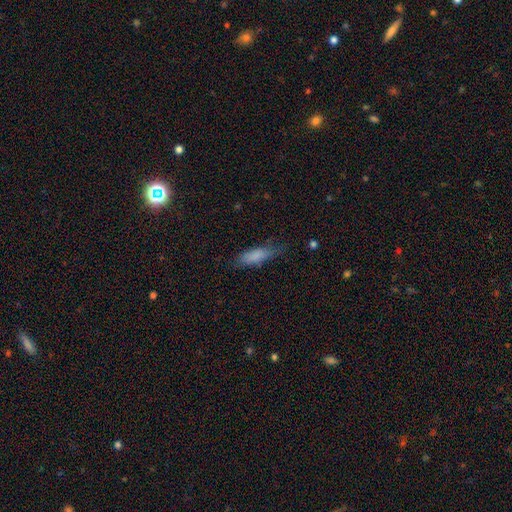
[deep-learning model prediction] Smooth or featured? smooth (79%)
How rounded? cigar-shaped (51%)
Merging? none (64%)